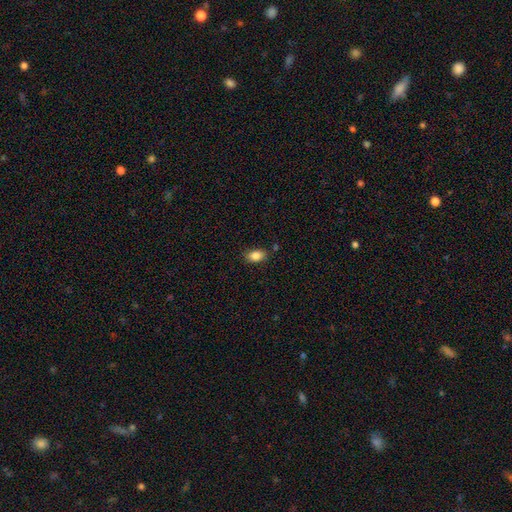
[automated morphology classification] type=smooth (85%); roundness=in between (83%); merging=none (79%).